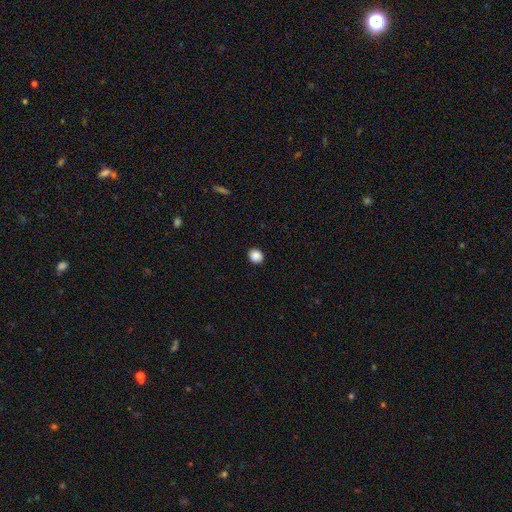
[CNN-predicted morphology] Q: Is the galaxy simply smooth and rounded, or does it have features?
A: smooth — 88%.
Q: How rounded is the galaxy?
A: round — 77%.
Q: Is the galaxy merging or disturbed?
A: none — 92%.